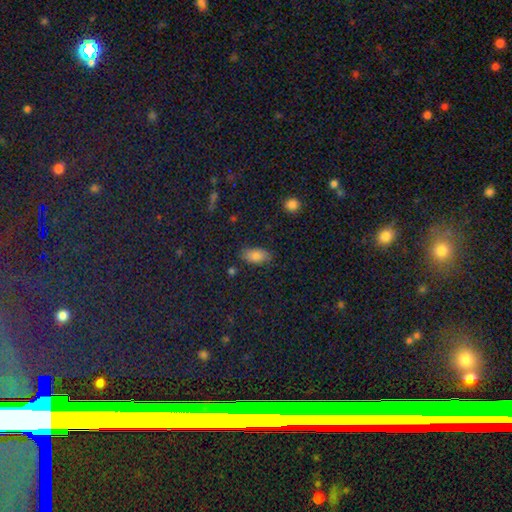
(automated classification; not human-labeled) A smooth galaxy with no disk features (80%) that is in between round and cigar-shaped (92%).

Vote fractions:
- Smooth or featured? smooth: 80% / star or artifact: 11% / featured or disk: 9%
- How rounded? in between: 92% / round: 4% / cigar-shaped: 4%
- Merging? none: 82% / minor disturbance: 13% / major disturbance: 3% / merger: 2%